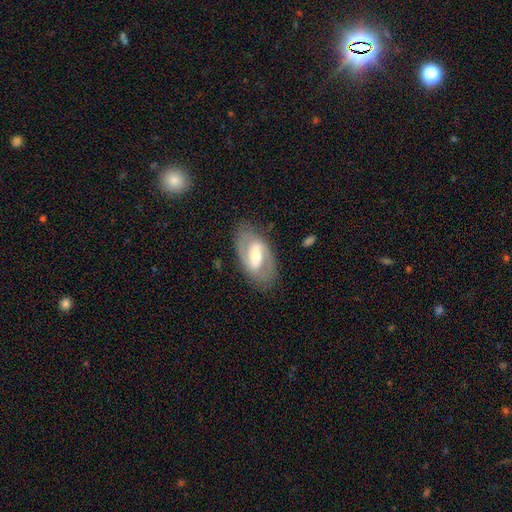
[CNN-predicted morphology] Smooth or featured? featured or disk (77%)
Edge-on disk? no (94%)
Bar? strong (44%)
Spiral arms? yes (81%)
Spiral winding? medium (49%)
Spiral arm count? 2 (86%)
Bulge size? moderate (60%)
Merging? none (82%)